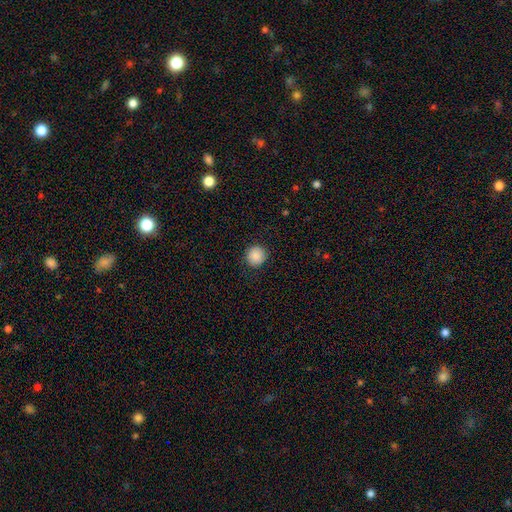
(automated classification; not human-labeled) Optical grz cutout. It shows a smooth galaxy with no disk features (87%) that is round (93%). Merging: none (90%).